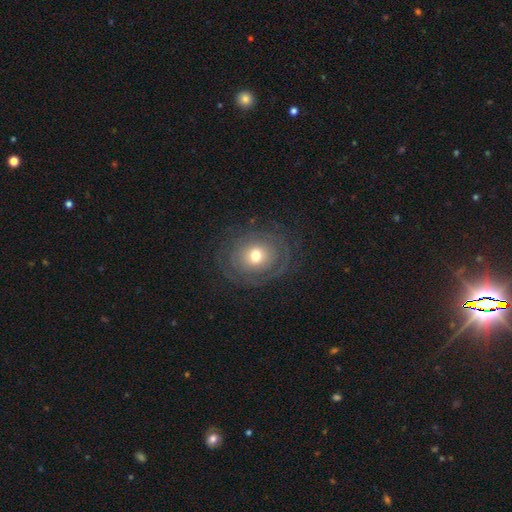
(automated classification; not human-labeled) This is possibly a featured or disk galaxy (55%). It is clearly not viewed edge-on (95%). Bar: likely no (79%). Spiral arm pattern: likely yes (62%). Central bulge: likely moderate (64%). Merging: likely none (77%).